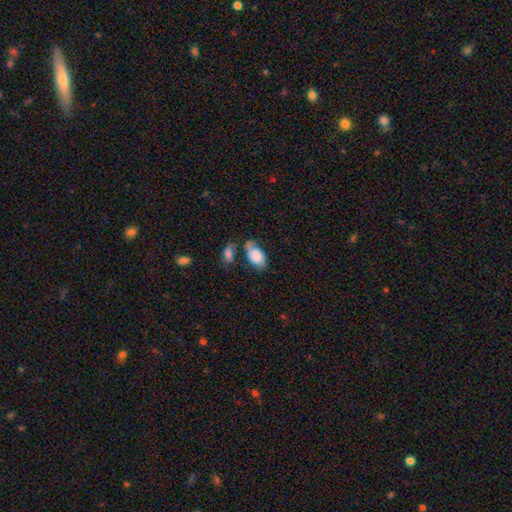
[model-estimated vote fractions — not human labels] Smooth or featured? smooth (72%)
How rounded? in between (93%)
Merging? none (39%)